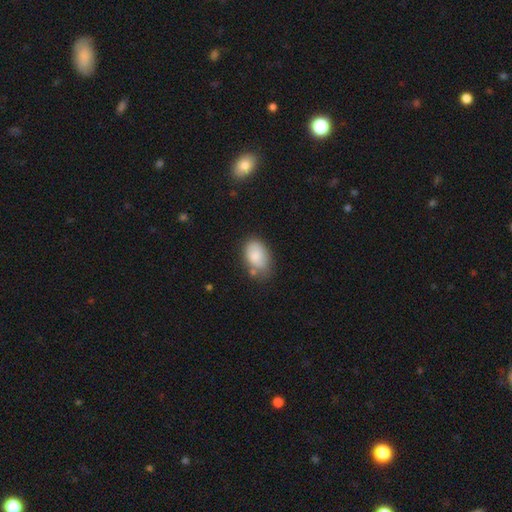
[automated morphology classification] Smooth or featured? Predicted: smooth (p=0.83). How rounded? Predicted: in between (p=0.89). Merging? Predicted: none (p=0.58).